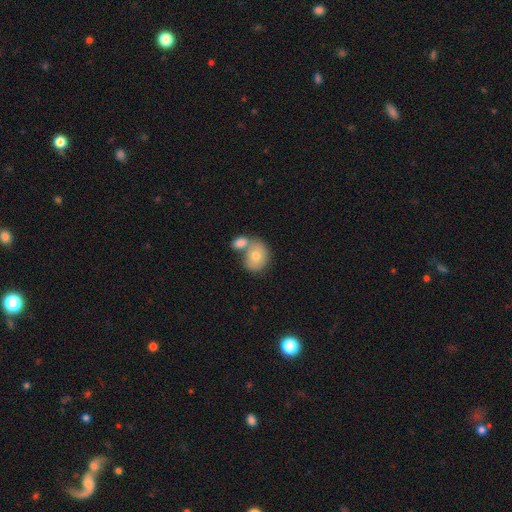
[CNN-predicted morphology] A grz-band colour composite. It shows a smooth galaxy with no disk features (73%) that is round (56%). Merging: merger (51%).